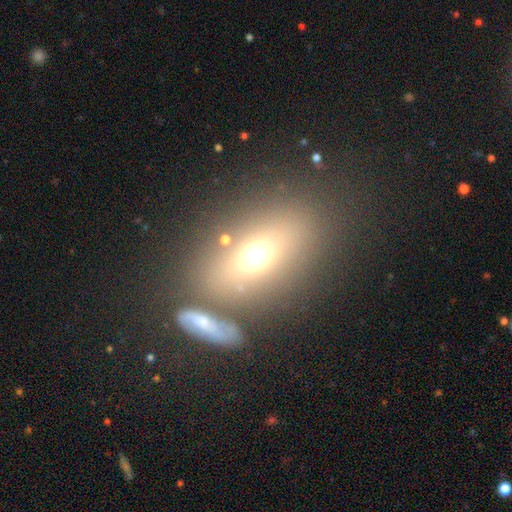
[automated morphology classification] This appears to be a smooth galaxy with no disk features (60%) that is in between round and cigar-shaped (70%). Merging: none (64%).